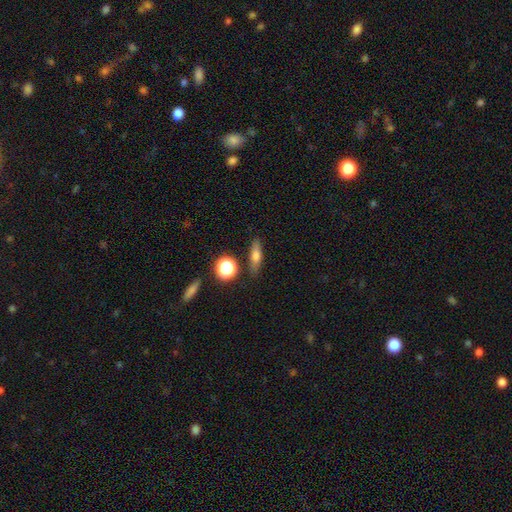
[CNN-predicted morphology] Smooth or featured? smooth (65%)
How rounded? cigar-shaped (51%)
Merging? none (83%)